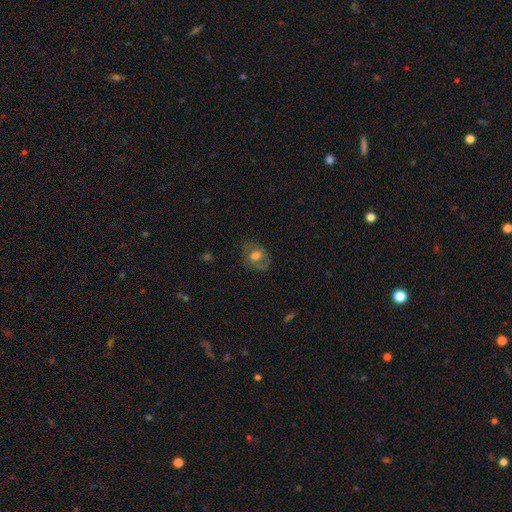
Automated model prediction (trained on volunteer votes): This appears to be a smooth galaxy with no disk features (50%). Merging: none (74%).